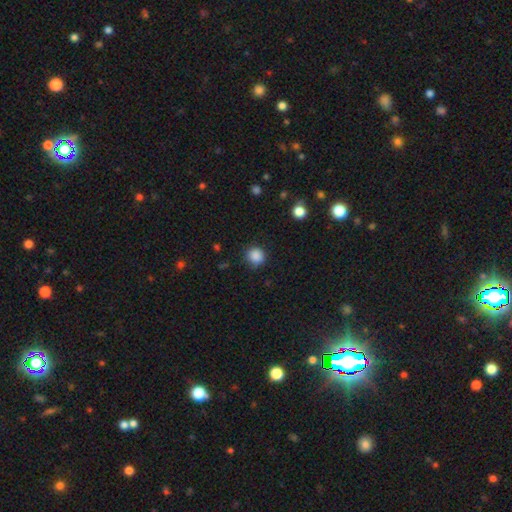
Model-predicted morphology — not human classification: smooth-or-featured: smooth: 86% | star or artifact: 11% | featured or disk: 3%
  how-rounded: round: 91% | in between: 8% | cigar-shaped: 1%
  merging: none: 85% | minor disturbance: 11% | major disturbance: 3% | merger: 1%